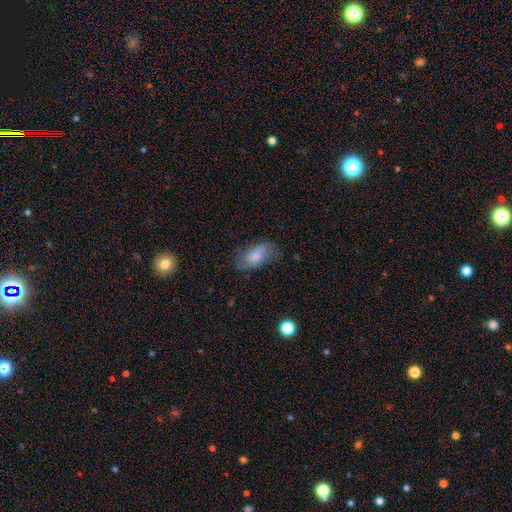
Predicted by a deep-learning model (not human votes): Smooth or featured? smooth (77%)
How rounded? in between (90%)
Merging? none (62%)